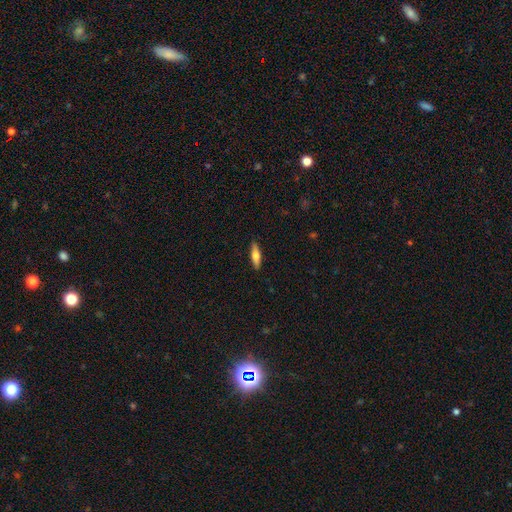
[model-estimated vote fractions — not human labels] A smooth galaxy with no disk features (65%) that is cigar-shaped (65%).

Vote fractions:
- Smooth or featured? smooth: 65% / featured or disk: 29% / star or artifact: 6%
- How rounded? cigar-shaped: 65% / in between: 33% / round: 2%
- Merging? none: 90% / minor disturbance: 8% / major disturbance: 2% / merger: 1%